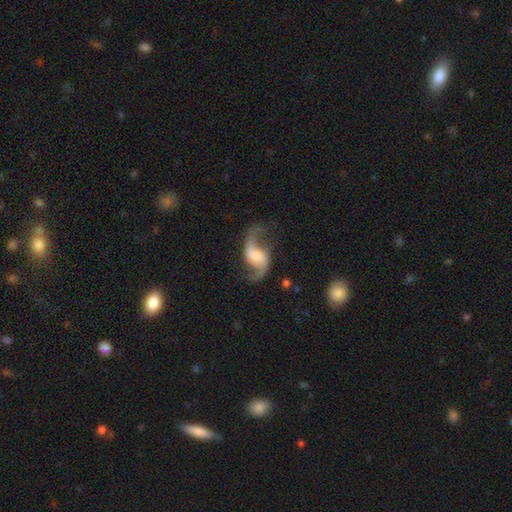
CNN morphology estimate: Smooth or featured: featured or disk — 89% (smooth — 6%)
Edge-on disk: no — 97% (yes — 3%)
Bar: no — 44% (weak — 40%)
Spiral arms: yes — 97% (no — 3%)
Spiral winding: loose — 80% (medium — 17%)
Spiral arm count: 2 — 94% (1 — 2%)
Bulge size: moderate — 41% (small — 29%)
Merging: none — 73% (minor disturbance — 14%)